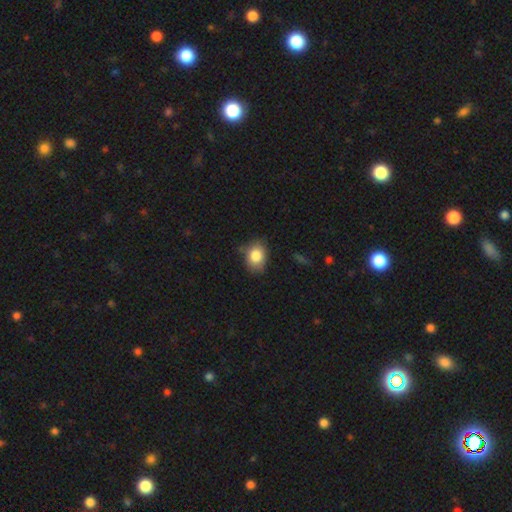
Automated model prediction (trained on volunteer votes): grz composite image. It shows a smooth galaxy with no disk features (82%) that is in between round and cigar-shaped (60%). Merging: none (66%).